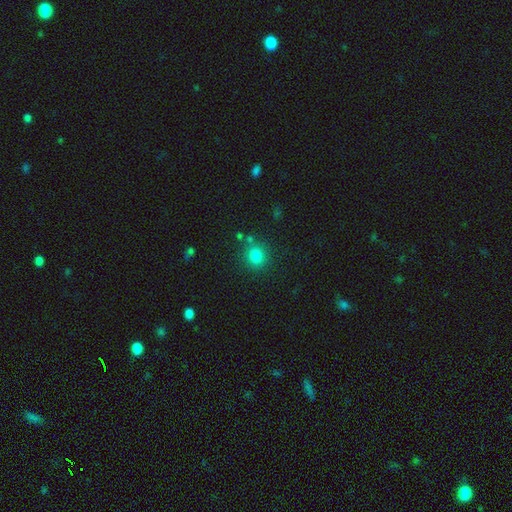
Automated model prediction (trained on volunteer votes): Smooth or featured? Predicted: smooth (p=0.80). How rounded? Predicted: round (p=0.83). Merging? Predicted: none (p=0.79).